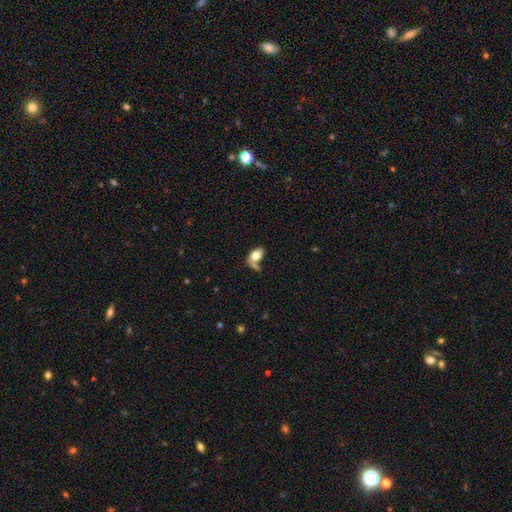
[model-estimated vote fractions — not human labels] Smooth or featured? smooth (75%)
How rounded? in between (88%)
Merging? none (37%)